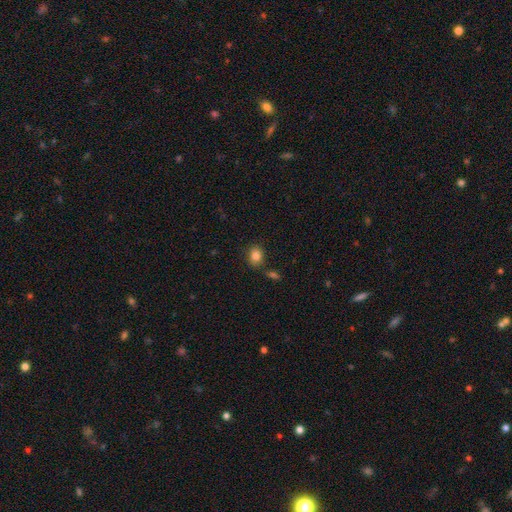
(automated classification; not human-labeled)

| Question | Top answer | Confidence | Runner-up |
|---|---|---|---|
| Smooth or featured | smooth | 84% | star or artifact (10%) |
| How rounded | in between | 57% | round (42%) |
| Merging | none | 77% | minor disturbance (12%) |